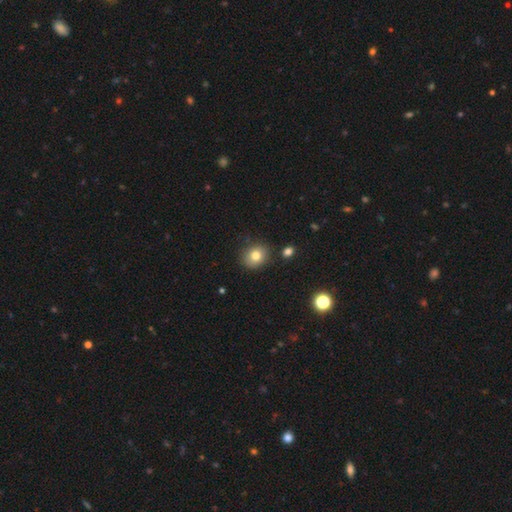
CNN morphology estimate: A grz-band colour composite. It shows a smooth galaxy with no disk features (79%) that is round (66%). Merging: none (84%).